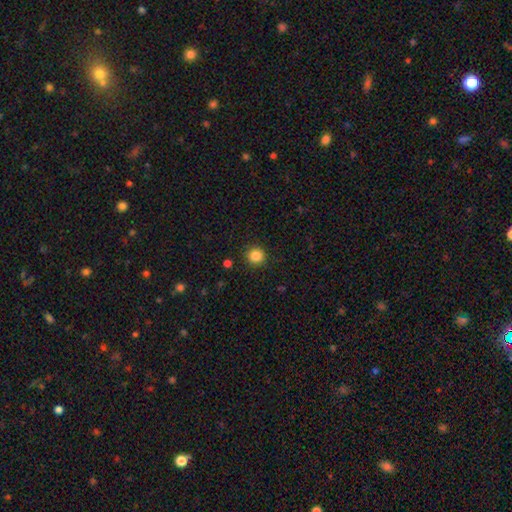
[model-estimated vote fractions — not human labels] Overall: smooth (84%). How rounded: round (93%). Merging: none (91%).